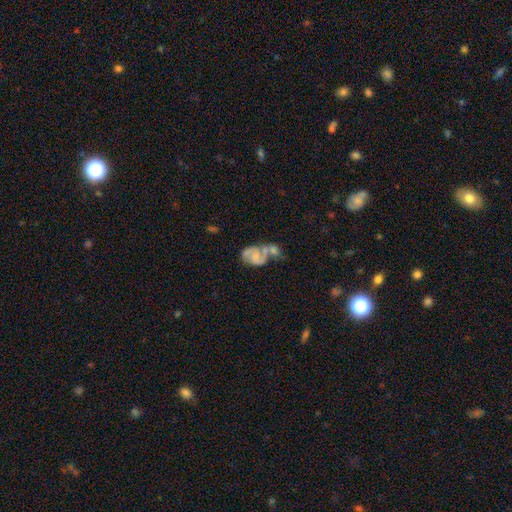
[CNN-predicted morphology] Smooth or featured? Predicted: featured or disk (p=0.70). Edge-on disk? Predicted: no (p=0.98). Bar? Predicted: no (p=0.56). Spiral arms? Predicted: yes (p=0.85). Spiral winding? Predicted: medium (p=0.48). Spiral arm count? Predicted: 2 (p=0.82). Bulge size? Predicted: none (p=0.37). Merging? Predicted: merger (p=0.59).